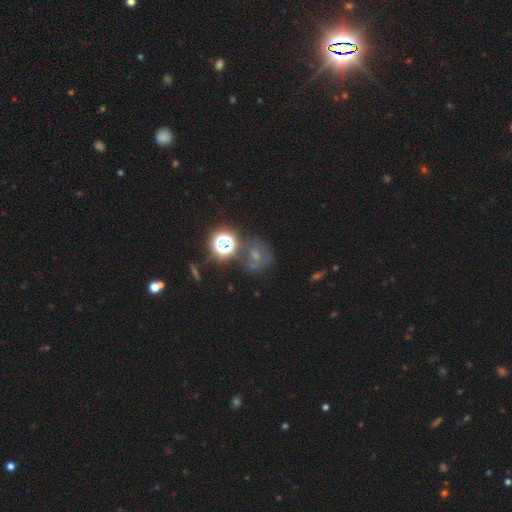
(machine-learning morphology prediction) Overall: star or artifact (40%; smooth 34%).